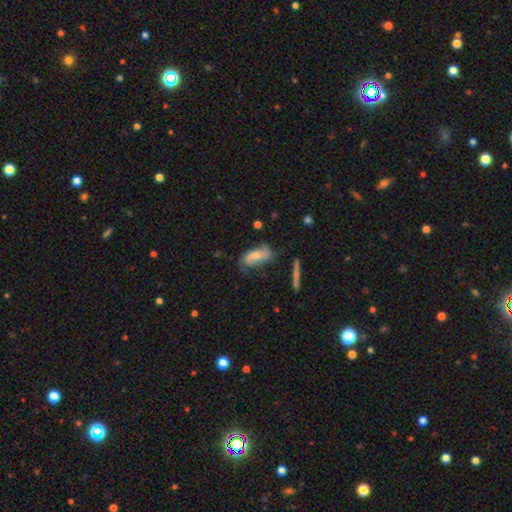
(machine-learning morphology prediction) Q: Smooth or featured?
A: smooth (55%); runner-up: featured or disk (38%)
Q: How rounded?
A: in between (84%); runner-up: cigar-shaped (12%)
Q: Merging?
A: none (59%); runner-up: minor disturbance (28%)